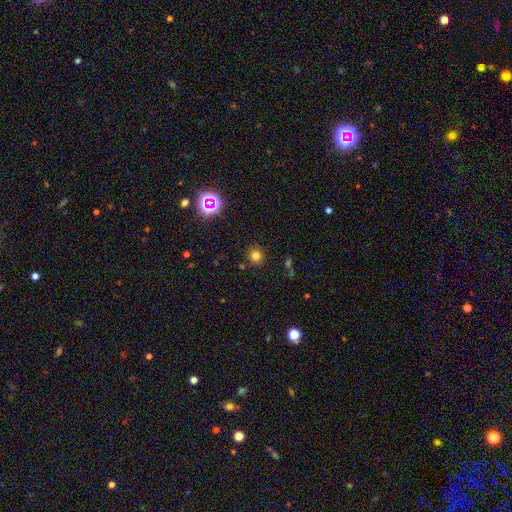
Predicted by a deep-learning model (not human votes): A smooth galaxy with no disk features (76%) that is round (92%). Merging: none (87%).